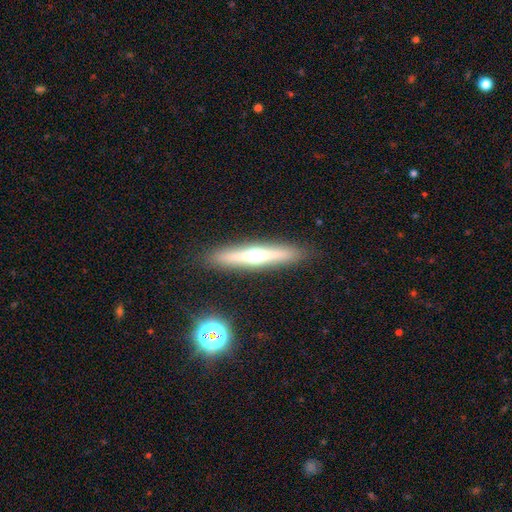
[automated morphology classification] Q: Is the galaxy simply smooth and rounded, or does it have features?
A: featured or disk — 63%.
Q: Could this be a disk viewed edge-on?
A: yes — 95%.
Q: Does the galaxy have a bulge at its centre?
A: rounded — 93%.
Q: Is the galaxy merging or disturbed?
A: none — 90%.